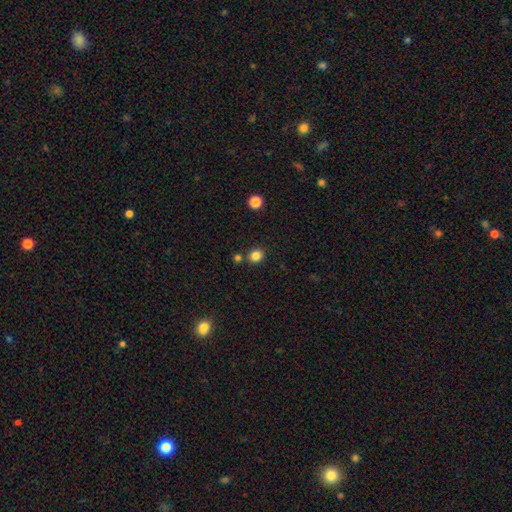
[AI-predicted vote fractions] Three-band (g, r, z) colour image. It shows a smooth galaxy with no disk features (84%) that is round (81%). Merging: none (82%).